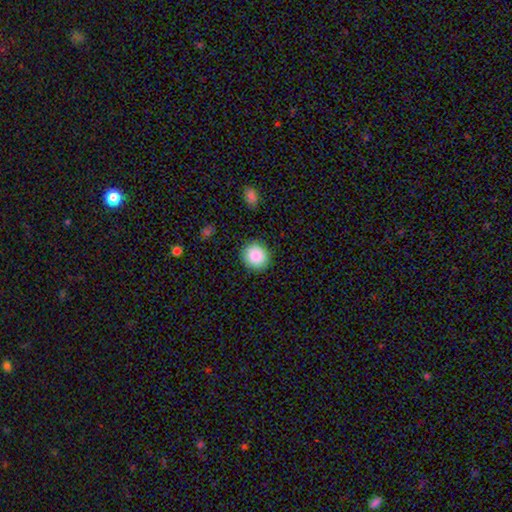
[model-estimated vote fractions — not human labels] Q: Smooth or featured?
A: smooth (88%); runner-up: star or artifact (8%)
Q: How rounded?
A: round (82%); runner-up: in between (17%)
Q: Merging?
A: none (90%); runner-up: minor disturbance (7%)